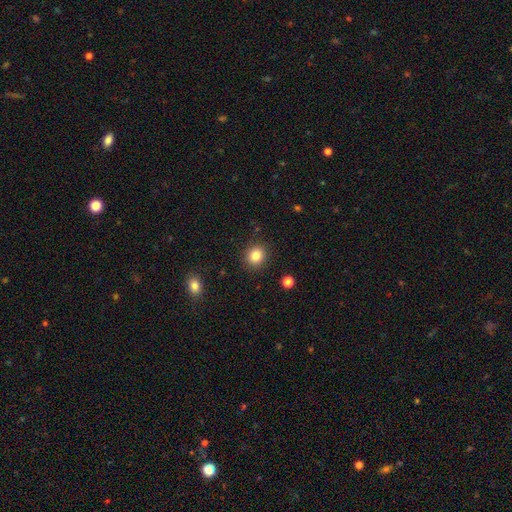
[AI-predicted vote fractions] Smooth or featured? Predicted: smooth (p=0.84). How rounded? Predicted: round (p=0.81). Merging? Predicted: none (p=0.90).